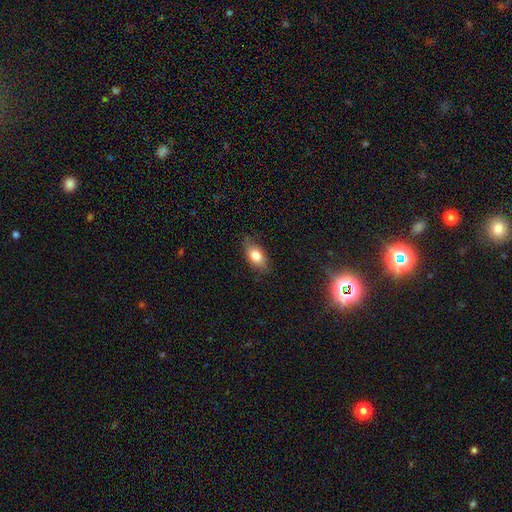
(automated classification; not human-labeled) smooth 78%, featured or disk 15%, star or artifact 8%. Down the decision tree: how rounded — in between (87%); merging — none (77%).